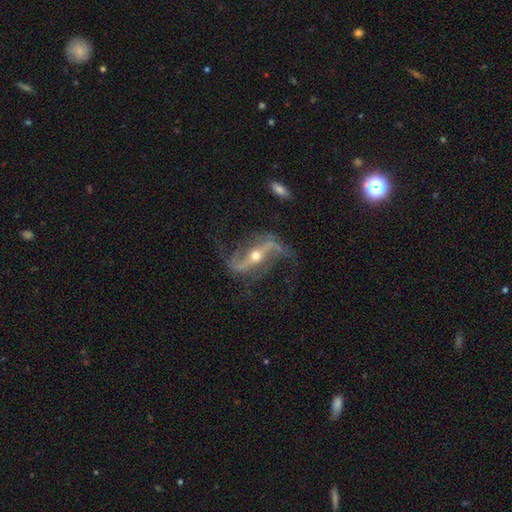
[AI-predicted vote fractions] This is clearly a featured or disk galaxy (91%). It is clearly not viewed edge-on (92%). Bar: likely strong (60%). Spiral arm pattern: clearly yes (97%). Spiral arm count: clearly 2 (93%). Spiral winding: likely loose (77%). Central bulge: possibly moderate (51%). Merging: likely none (72%).